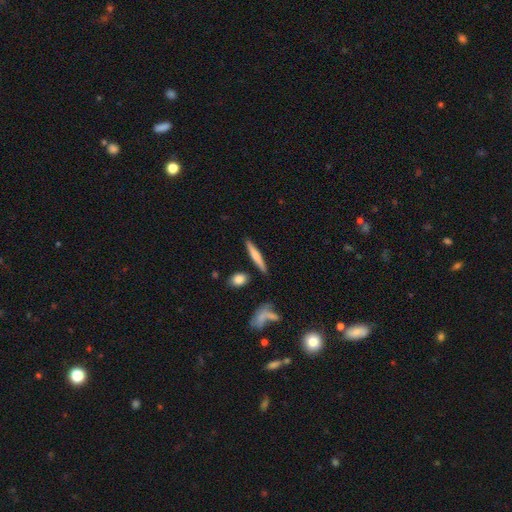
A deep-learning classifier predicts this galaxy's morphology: This appears to be a smooth galaxy with no disk features (64%) that is cigar-shaped (90%). Merging: none (84%).